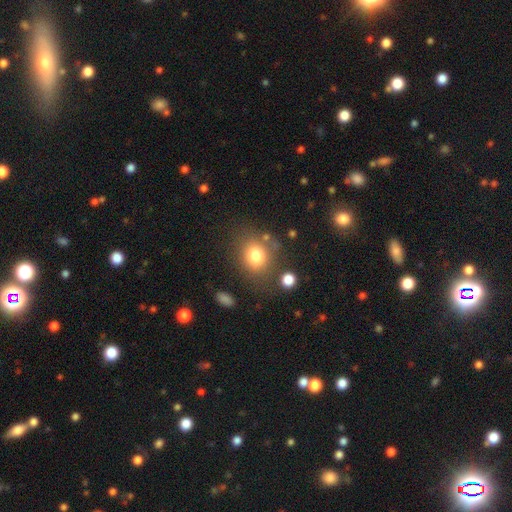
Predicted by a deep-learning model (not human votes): Smooth or featured: smooth — 79% (star or artifact — 11%)
How rounded: round — 64% (in between — 35%)
Merging: none — 71% (minor disturbance — 15%)